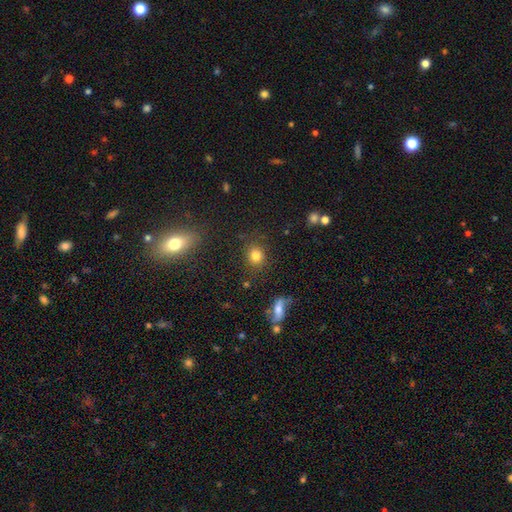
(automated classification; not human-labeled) smooth 81%, star or artifact 13%, featured or disk 6%. Down the decision tree: how rounded — round (81%); merging — none (83%).